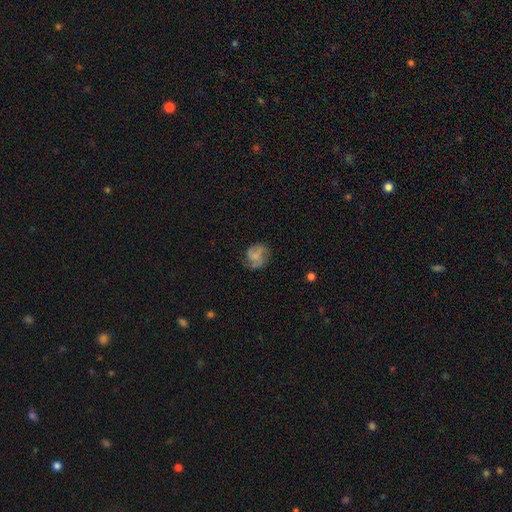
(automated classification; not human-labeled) Overall: featured or disk (47%; smooth 43%). Merging: none (60%; minor disturbance 23%).